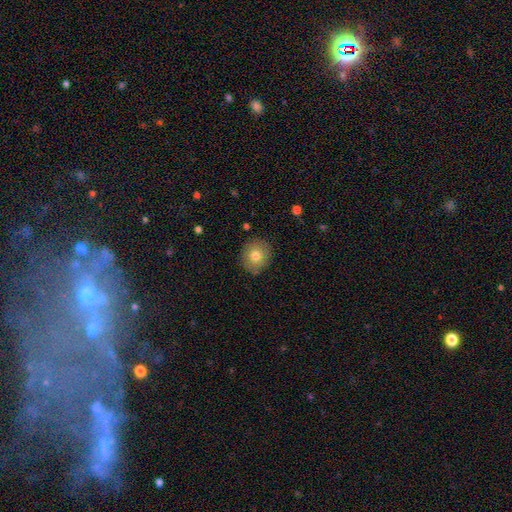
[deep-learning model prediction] A smooth galaxy with no disk features (78%) that is round (78%). Merging: none (86%).